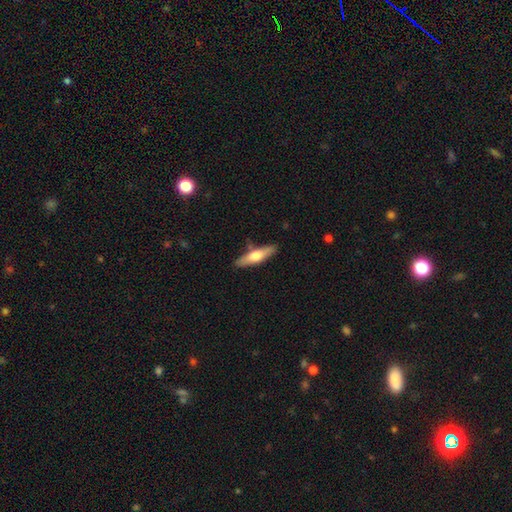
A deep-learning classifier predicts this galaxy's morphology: Q: Smooth or featured?
A: smooth (53%); runner-up: featured or disk (42%)
Q: How rounded?
A: cigar-shaped (70%); runner-up: in between (28%)
Q: Merging?
A: none (85%); runner-up: minor disturbance (10%)